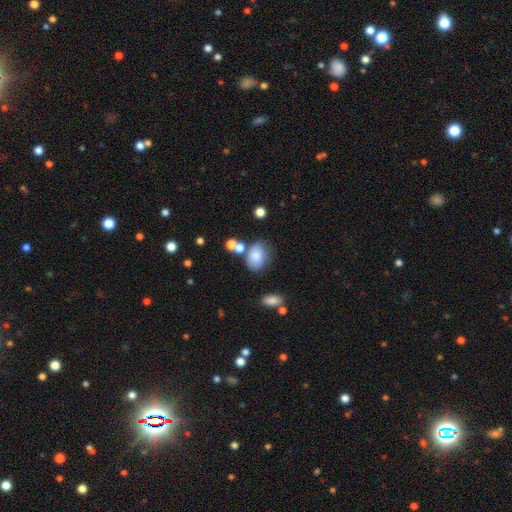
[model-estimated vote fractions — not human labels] smooth 76%, featured or disk 13%, star or artifact 11%. Down the decision tree: how rounded — in between (75%); merging — none (49%).